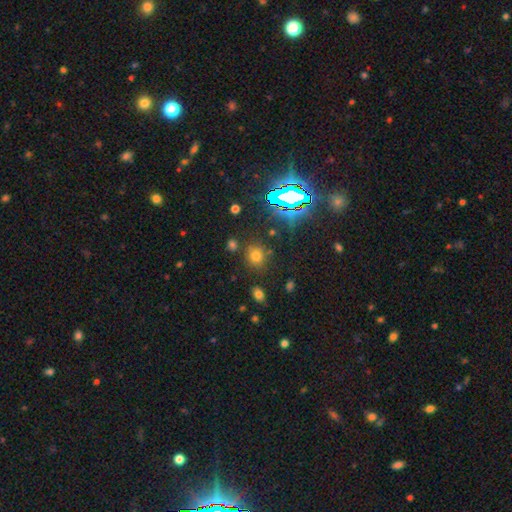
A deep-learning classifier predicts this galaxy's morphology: smooth_or_featured: smooth (p=0.62) [alt: star or artifact p=0.29]
how_rounded: round (p=0.71) [alt: in between p=0.27]
merging: none (p=0.79) [alt: minor disturbance p=0.11]